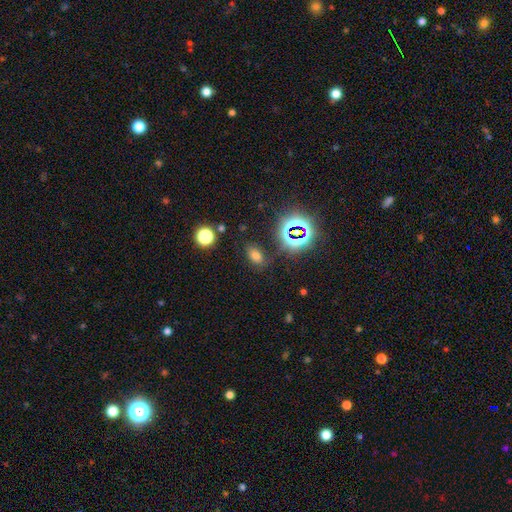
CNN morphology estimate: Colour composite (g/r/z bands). It shows a smooth galaxy with no disk features (64%) that is in between round and cigar-shaped (84%). Merging: none (78%).